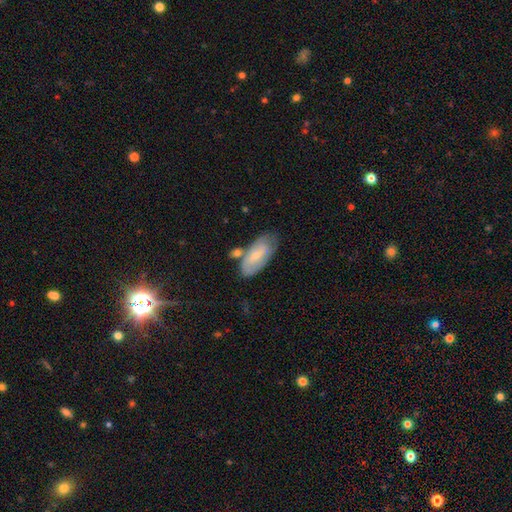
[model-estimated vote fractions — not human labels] Smooth or featured? Predicted: smooth (p=0.58). How rounded? Predicted: in between (p=0.86). Merging? Predicted: none (p=0.55).